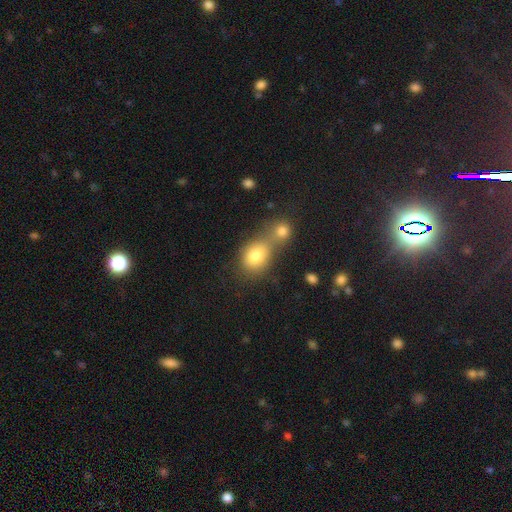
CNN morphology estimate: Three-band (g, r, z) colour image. It shows a smooth galaxy with no disk features (79%) that is round (54%). Merging: merger (53%).